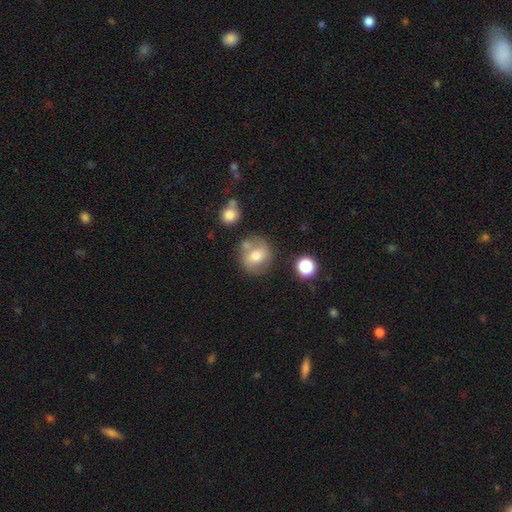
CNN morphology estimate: smooth 56%, featured or disk 34%, star or artifact 10%. Down the decision tree: how rounded — round (84%); merging — none (65%).